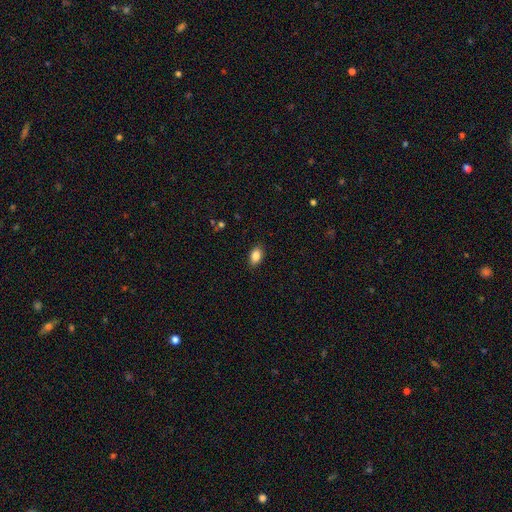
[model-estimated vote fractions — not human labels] Q: Smooth or featured?
A: smooth (87%); runner-up: star or artifact (8%)
Q: How rounded?
A: in between (89%); runner-up: round (8%)
Q: Merging?
A: none (87%); runner-up: minor disturbance (10%)